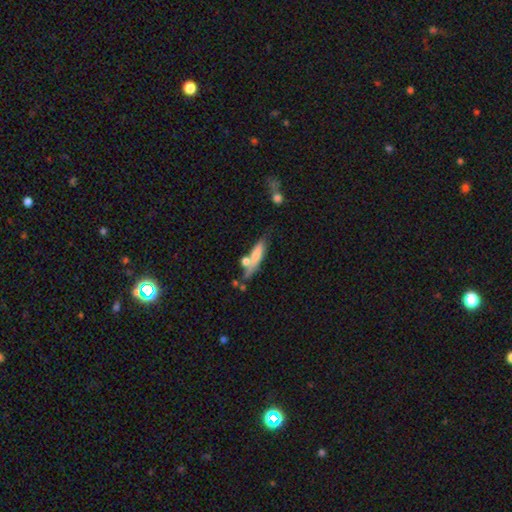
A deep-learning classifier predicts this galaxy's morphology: A smooth galaxy with no disk features (65%) that is cigar-shaped (66%).

Vote fractions:
- Smooth or featured? smooth: 65% / featured or disk: 28% / star or artifact: 7%
- How rounded? cigar-shaped: 66% / in between: 31% / round: 3%
- Merging? none: 44% / merger: 27% / minor disturbance: 20% / major disturbance: 10%